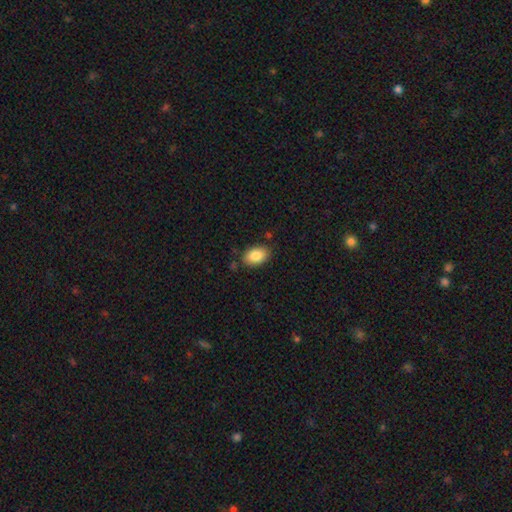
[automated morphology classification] This is clearly a smooth galaxy (86%). How rounded: clearly in between (90%). Merging: clearly none (83%).